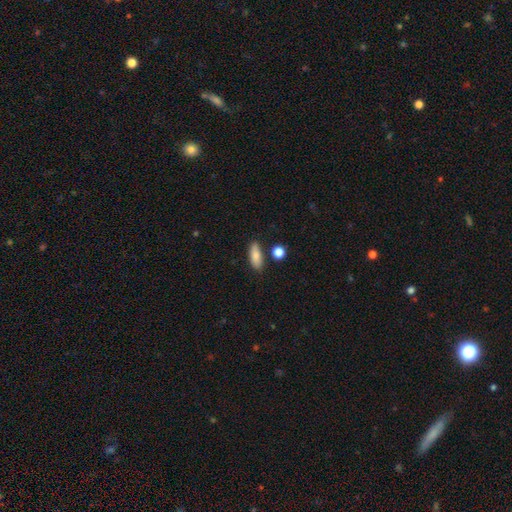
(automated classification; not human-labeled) This appears to be a smooth galaxy with no disk features (82%) that is in between round and cigar-shaped (73%). Merging: none (79%).